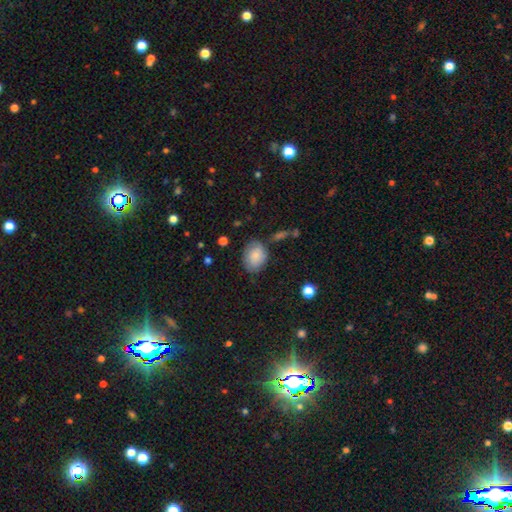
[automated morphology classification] This is likely a smooth galaxy (80%). How rounded: likely in between (64%). Merging: likely none (68%).